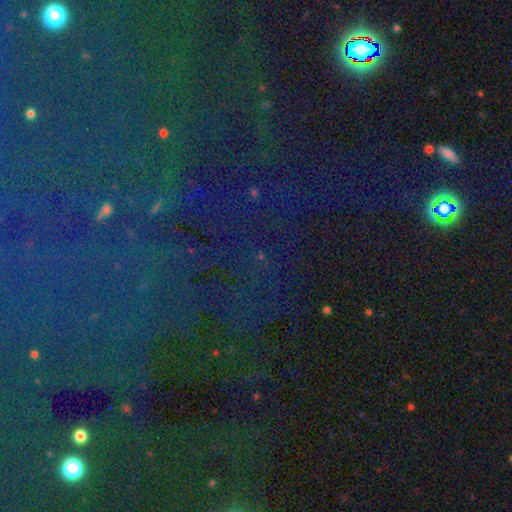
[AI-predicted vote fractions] Smooth or featured?
  - star or artifact: 81% *
  - smooth: 10%
  - featured or disk: 9%